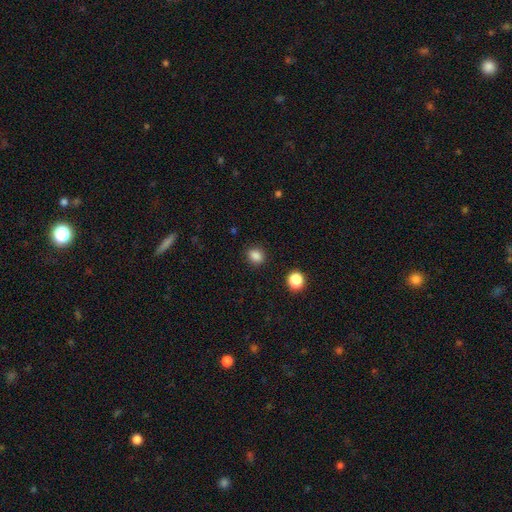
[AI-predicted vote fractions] smooth-or-featured: smooth: 86% | star or artifact: 11% | featured or disk: 3%
  how-rounded: round: 60% | in between: 39% | cigar-shaped: 1%
  merging: none: 88% | minor disturbance: 8% | major disturbance: 3% | merger: 2%